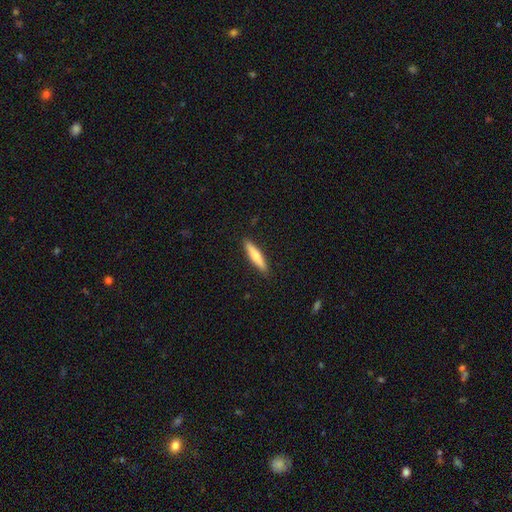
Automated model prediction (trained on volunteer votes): This is likely a smooth galaxy (64%). How rounded: clearly cigar-shaped (85%). Merging: clearly none (90%).